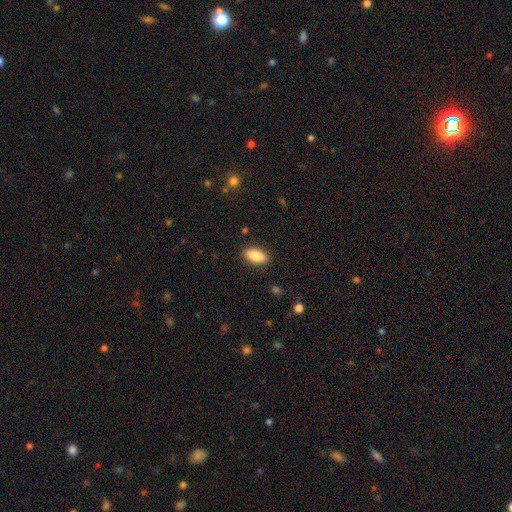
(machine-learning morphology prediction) Smooth or featured?
  - smooth: 87% *
  - star or artifact: 7%
  - featured or disk: 6%
How rounded?
  - in between: 90% *
  - cigar-shaped: 7%
  - round: 3%
Merging?
  - none: 88% *
  - minor disturbance: 8%
  - major disturbance: 2%
  - merger: 1%